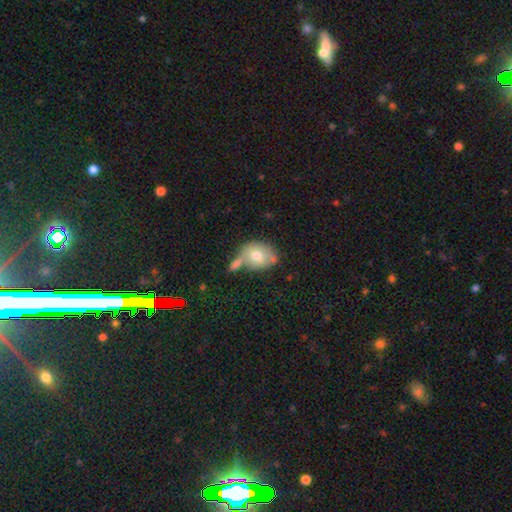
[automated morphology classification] Overall: smooth (68%). How rounded: in between (50%; round 49%). Merging: none (39%; merger 36%).